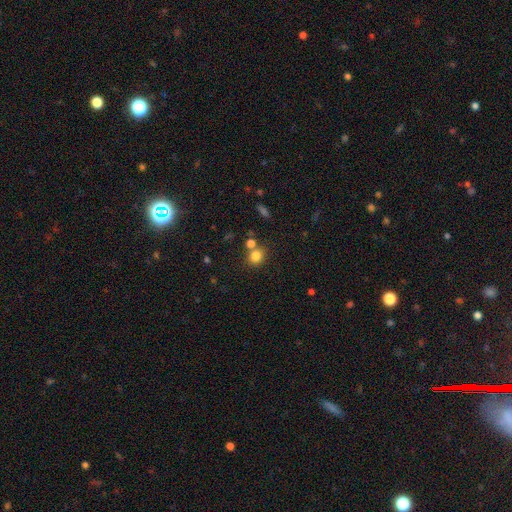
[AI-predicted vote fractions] This is clearly a smooth galaxy (81%). How rounded: likely round (79%). Merging: likely none (66%).